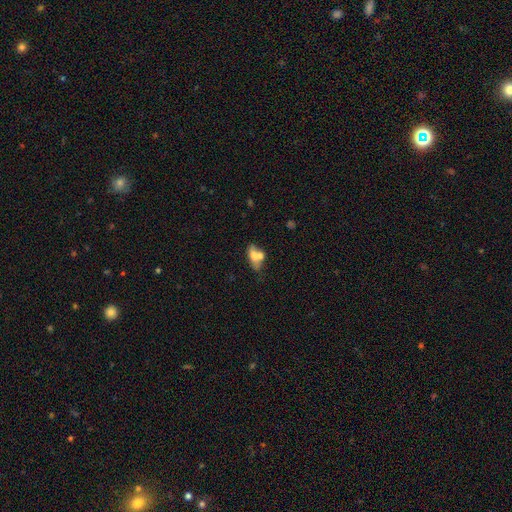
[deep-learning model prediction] Smooth or featured?
  - smooth: 58% *
  - featured or disk: 32%
  - star or artifact: 9%
How rounded?
  - in between: 76% *
  - cigar-shaped: 12%
  - round: 12%
Merging?
  - merger: 49% *
  - none: 29%
  - minor disturbance: 13%
  - major disturbance: 8%